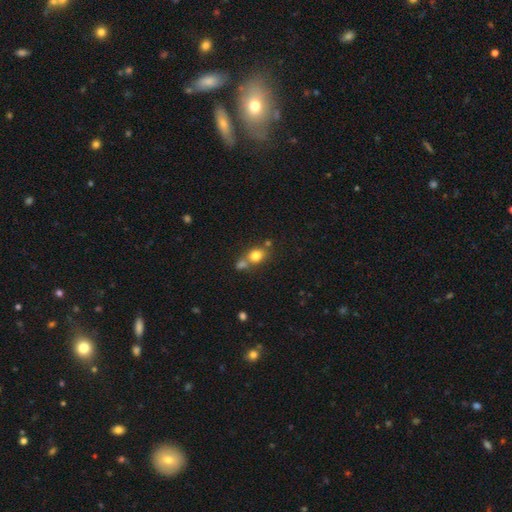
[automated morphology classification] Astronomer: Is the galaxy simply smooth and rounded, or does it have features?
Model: smooth — 77%.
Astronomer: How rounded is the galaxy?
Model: round — 59% (runner-up: in between, 39%).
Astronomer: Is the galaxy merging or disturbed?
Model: none — 47% (runner-up: merger, 37%).